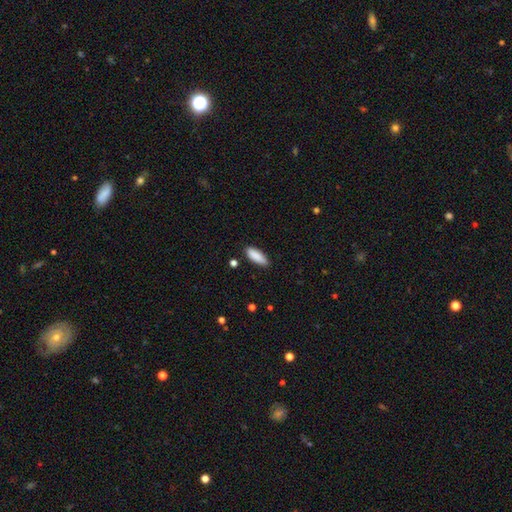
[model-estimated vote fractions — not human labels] A smooth galaxy with no disk features (89%) that is in between round and cigar-shaped (60%).

Vote fractions:
- Smooth or featured? smooth: 89% / star or artifact: 6% / featured or disk: 5%
- How rounded? in between: 60% / cigar-shaped: 39% / round: 2%
- Merging? none: 84% / minor disturbance: 12% / major disturbance: 2% / merger: 2%